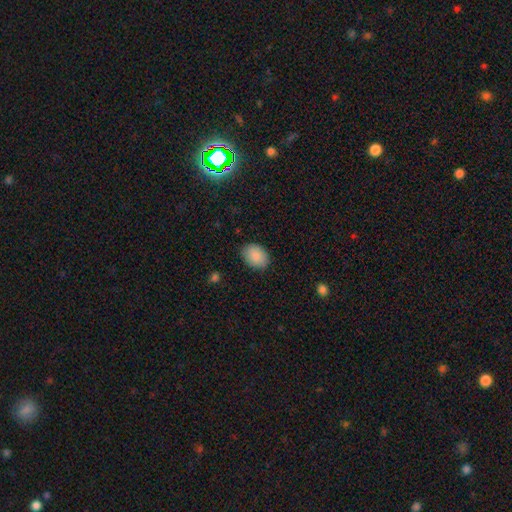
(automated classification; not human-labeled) smooth-or-featured: smooth: 90% | star or artifact: 7% | featured or disk: 4%
  how-rounded: in between: 77% | round: 22% | cigar-shaped: 1%
  merging: none: 84% | minor disturbance: 12% | major disturbance: 3% | merger: 1%